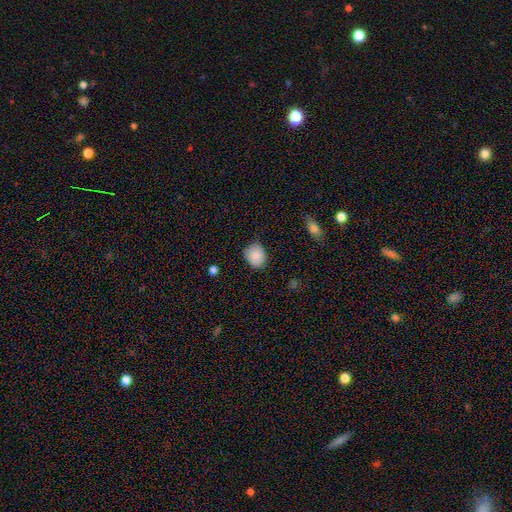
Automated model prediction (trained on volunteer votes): Smooth or featured? smooth (87%)
How rounded? round (62%)
Merging? none (77%)